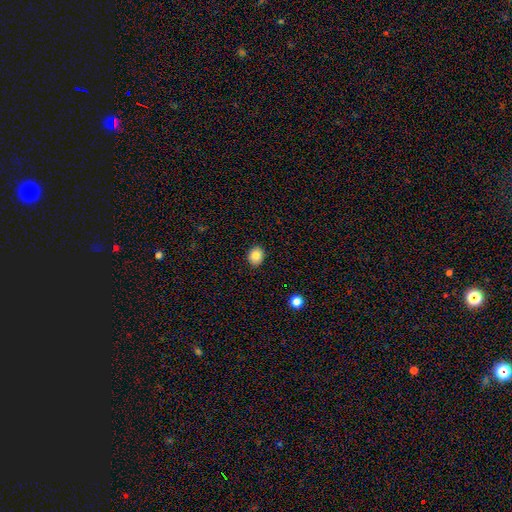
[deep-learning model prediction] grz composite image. It shows a smooth galaxy with no disk features (84%) that is round (67%). Merging: none (91%).